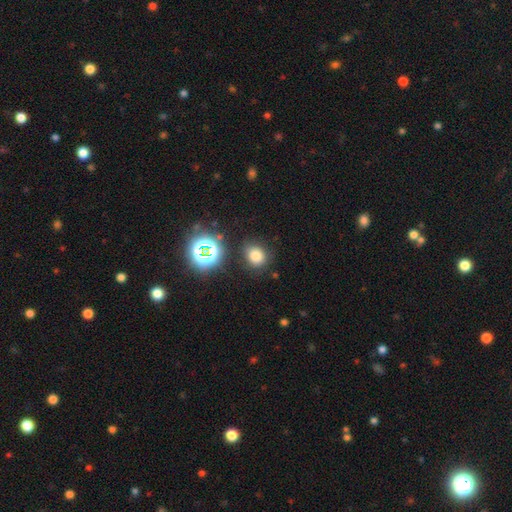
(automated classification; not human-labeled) Morphology: type=smooth (74%); roundness=round (68%); merging=none (80%).